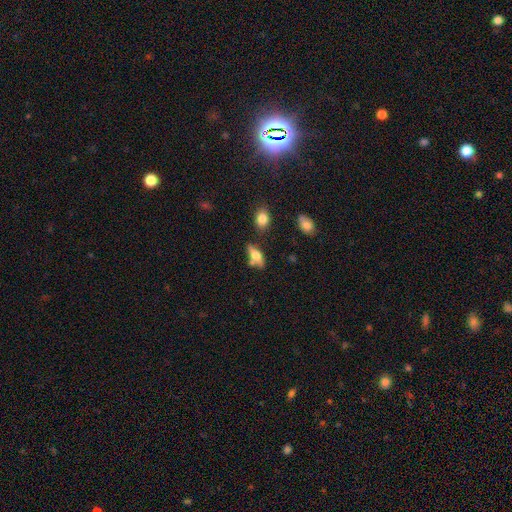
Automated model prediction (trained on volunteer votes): This appears to be a smooth galaxy with no disk features (54%) that is in between round and cigar-shaped (65%). Merging: none (60%).